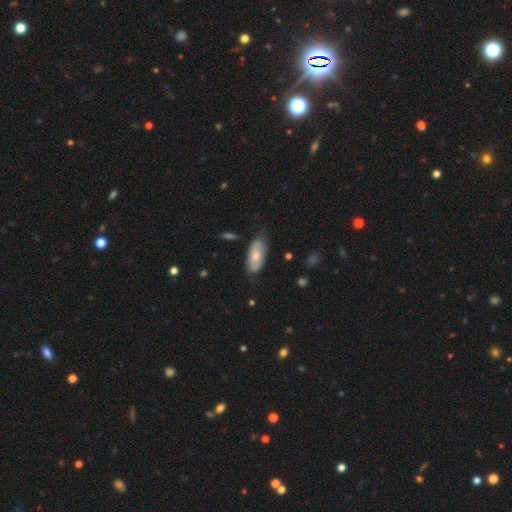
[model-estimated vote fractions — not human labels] Smooth or featured?
  - smooth: 67% *
  - featured or disk: 27%
  - star or artifact: 6%
How rounded?
  - in between: 87% *
  - cigar-shaped: 11%
  - round: 2%
Merging?
  - none: 70% *
  - minor disturbance: 23%
  - major disturbance: 5%
  - merger: 2%